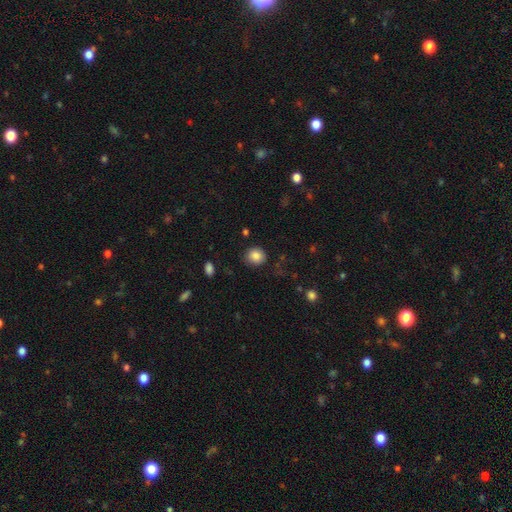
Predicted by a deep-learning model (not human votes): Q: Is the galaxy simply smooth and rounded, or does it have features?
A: smooth — 86%.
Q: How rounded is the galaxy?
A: round — 78%.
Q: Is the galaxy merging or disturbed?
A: none — 83%.